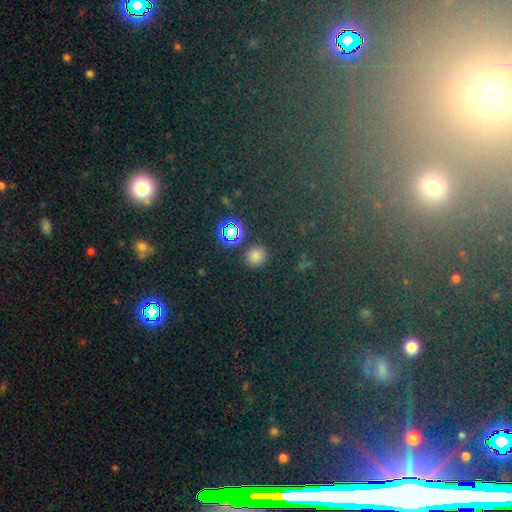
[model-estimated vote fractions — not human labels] Morphology: type=smooth (69%); roundness=round (85%); merging=none (86%).